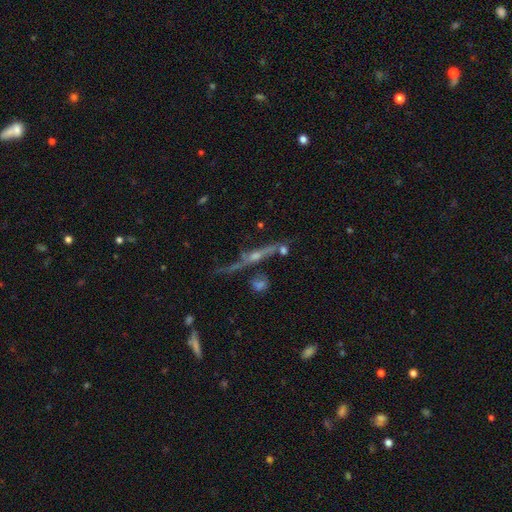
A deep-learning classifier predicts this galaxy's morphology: Smooth or featured? Predicted: featured or disk (p=0.73). Edge-on disk? Predicted: yes (p=0.80). Edge-on bulge? Predicted: rounded (p=0.81). Merging? Predicted: none (p=0.51).